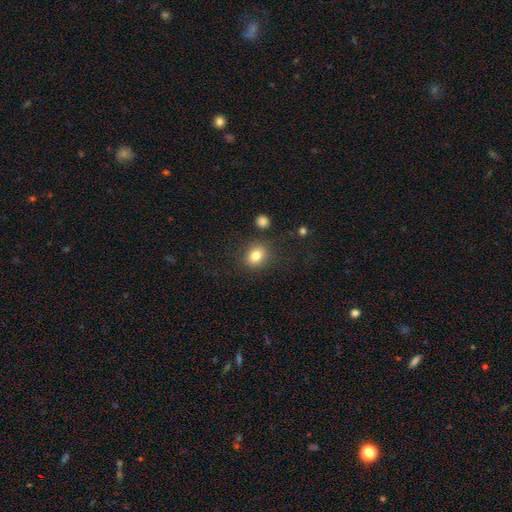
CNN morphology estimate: smooth-or-featured: smooth: 82% | star or artifact: 11% | featured or disk: 7%
  how-rounded: round: 65% | in between: 34% | cigar-shaped: 1%
  merging: none: 83% | minor disturbance: 10% | merger: 4% | major disturbance: 4%